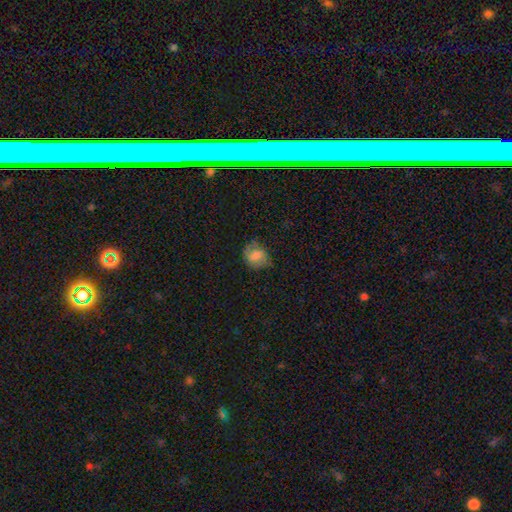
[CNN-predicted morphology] Smooth or featured? smooth (59%)
How rounded? round (51%)
Merging? none (54%)